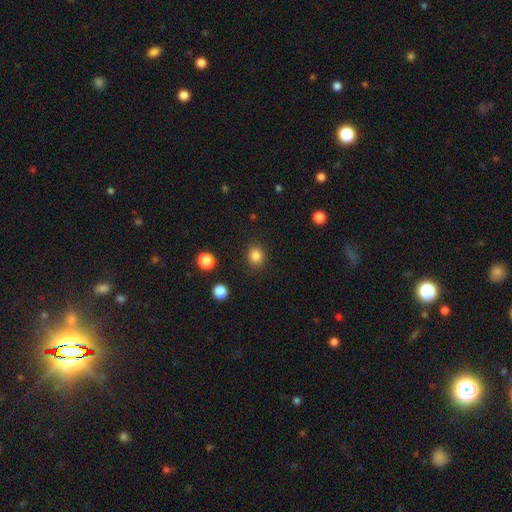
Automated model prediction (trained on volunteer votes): Overall: smooth (84%). How rounded: round (76%). Merging: none (89%).